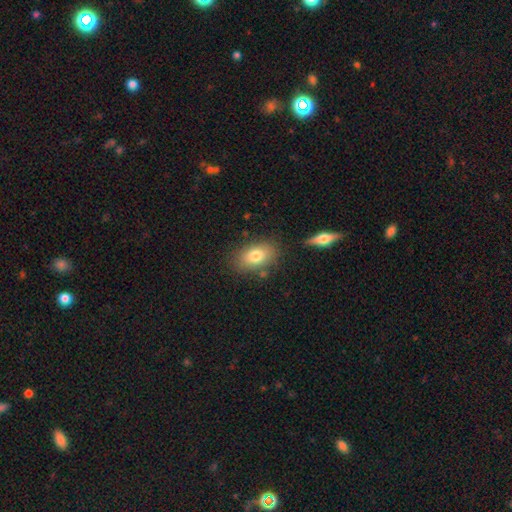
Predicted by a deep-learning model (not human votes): Smooth or featured? smooth (79%)
How rounded? in between (87%)
Merging? none (79%)